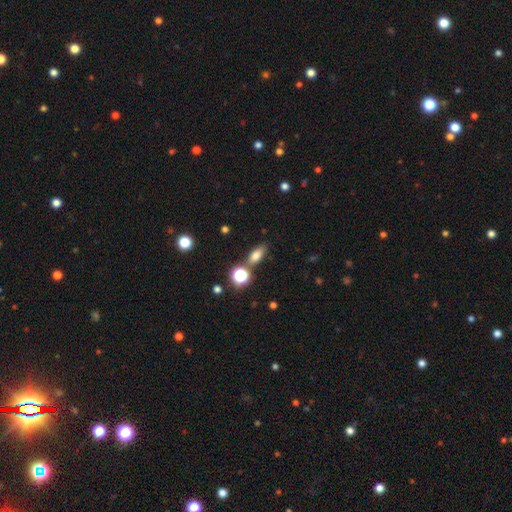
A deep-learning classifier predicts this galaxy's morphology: smooth_or_featured: smooth (p=0.74) [alt: star or artifact p=0.15]
how_rounded: in between (p=0.71) [alt: cigar-shaped p=0.15]
merging: none (p=0.71) [alt: minor disturbance p=0.13]